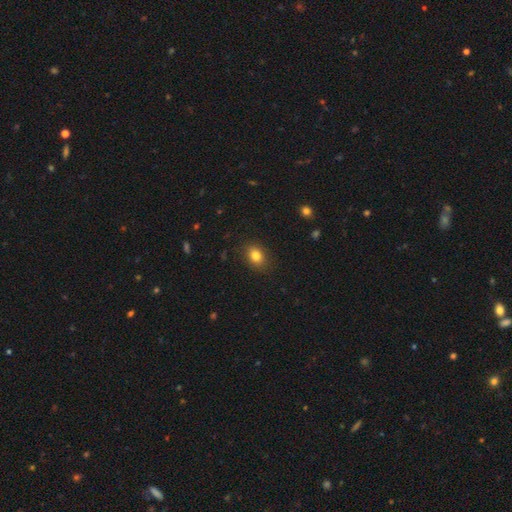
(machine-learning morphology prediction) smooth_or_featured: smooth (p=0.82) [alt: star or artifact p=0.11]
how_rounded: in between (p=0.60) [alt: round p=0.39]
merging: none (p=0.86) [alt: minor disturbance p=0.11]